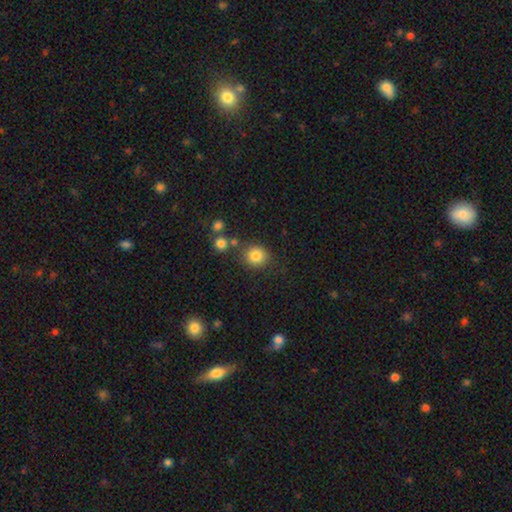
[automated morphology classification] type=smooth (83%); roundness=round (85%); merging=none (78%).